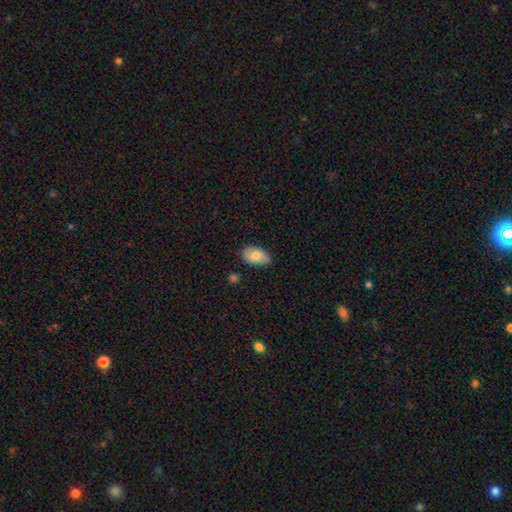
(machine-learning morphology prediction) This appears to be a smooth galaxy with no disk features (80%) that is in between round and cigar-shaped (93%). Merging: none (72%).